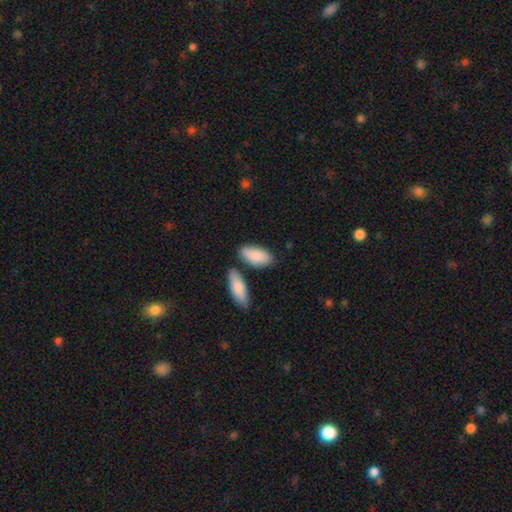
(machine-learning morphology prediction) A smooth galaxy with no disk features (87%) that is in between round and cigar-shaped (88%). Merging: none (69%).